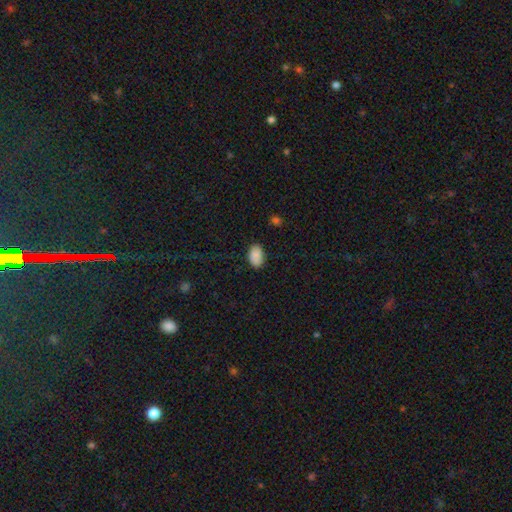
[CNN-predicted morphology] Smooth or featured?
  - smooth: 88% *
  - star or artifact: 8%
  - featured or disk: 5%
How rounded?
  - in between: 91% *
  - round: 8%
  - cigar-shaped: 1%
Merging?
  - none: 80% *
  - minor disturbance: 15%
  - major disturbance: 3%
  - merger: 2%